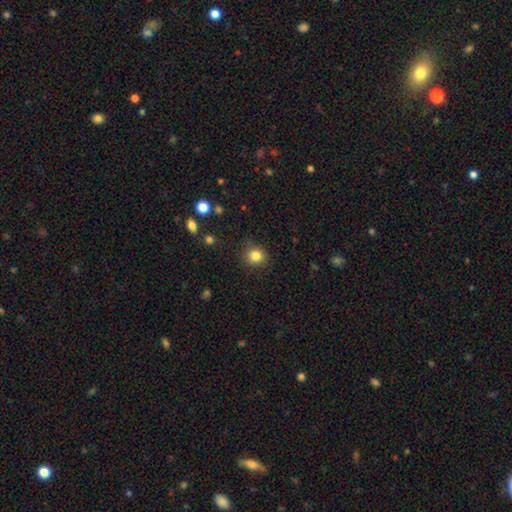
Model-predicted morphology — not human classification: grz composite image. It shows a smooth galaxy with no disk features (83%) that is round (88%). Merging: none (87%).